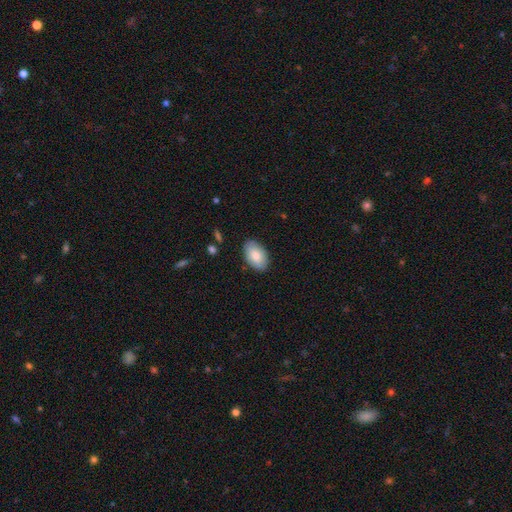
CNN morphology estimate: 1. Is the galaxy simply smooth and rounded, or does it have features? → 83% smooth, 11% featured or disk, 6% star or artifact.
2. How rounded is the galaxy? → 94% in between, 5% round, 1% cigar-shaped.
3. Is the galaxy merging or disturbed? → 85% none, 11% minor disturbance, 2% major disturbance, 1% merger.